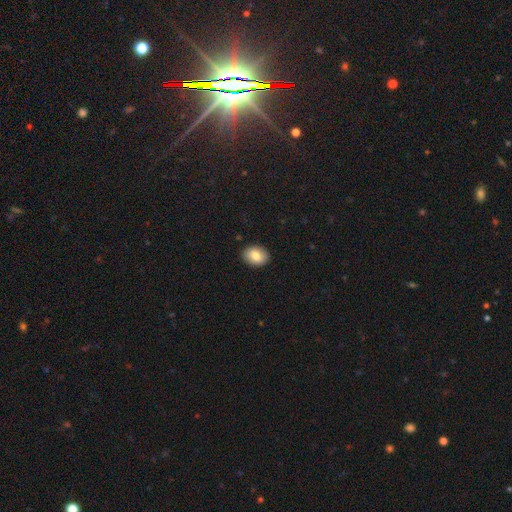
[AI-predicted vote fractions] A smooth galaxy with no disk features (83%) that is in between round and cigar-shaped (71%). Merging: none (90%).